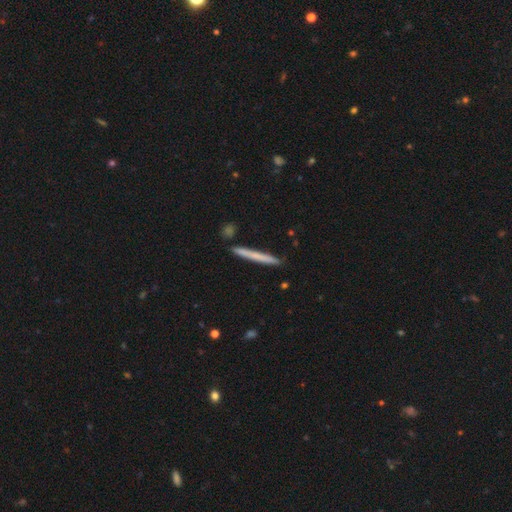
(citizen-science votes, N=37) Smooth or featured? 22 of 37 (59%) said smooth. How rounded? 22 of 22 (100%) said cigar-shaped. Merging? 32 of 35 (91%) said none.